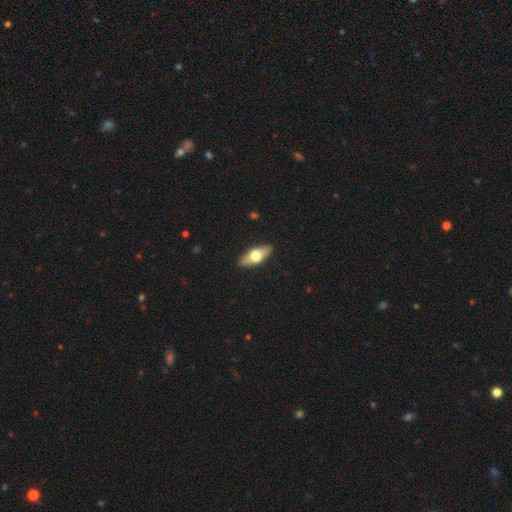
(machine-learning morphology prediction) smooth-or-featured: smooth: 54% | featured or disk: 40% | star or artifact: 5%
  how-rounded: in between: 75% | cigar-shaped: 22% | round: 3%
  merging: none: 89% | minor disturbance: 8% | major disturbance: 2% | merger: 1%